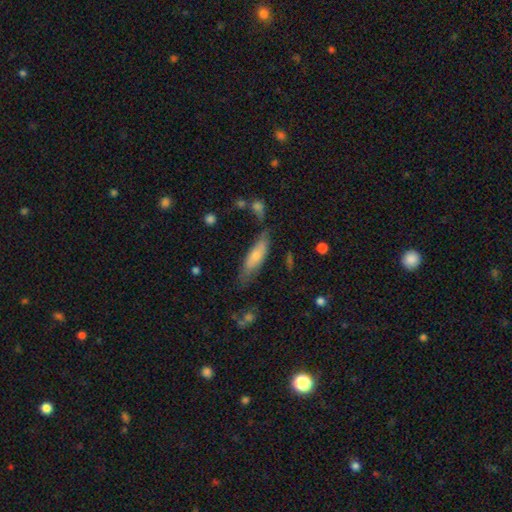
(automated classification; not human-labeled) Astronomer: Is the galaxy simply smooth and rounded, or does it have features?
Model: smooth — 59%.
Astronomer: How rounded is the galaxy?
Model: cigar-shaped — 55% (runner-up: in between, 43%).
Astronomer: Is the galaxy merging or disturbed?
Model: none — 58%.